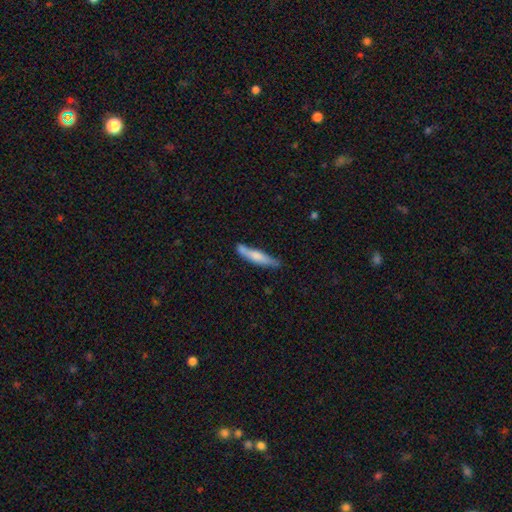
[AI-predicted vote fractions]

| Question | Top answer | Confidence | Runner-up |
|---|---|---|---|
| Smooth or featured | smooth | 66% | featured or disk (29%) |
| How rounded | cigar-shaped | 88% | in between (11%) |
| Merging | none | 65% | minor disturbance (24%) |